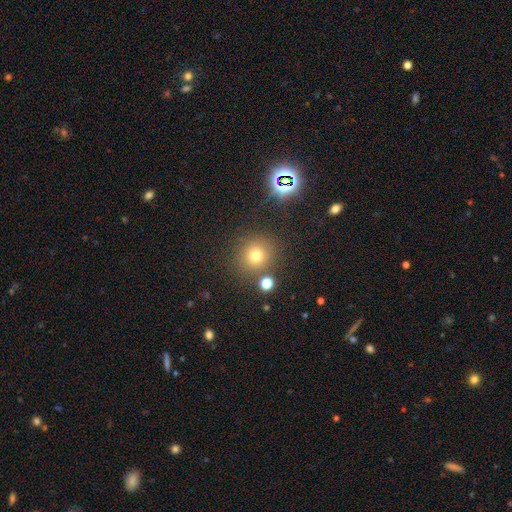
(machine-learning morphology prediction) A smooth galaxy with no disk features (71%) that is round (91%). Merging: none (81%).